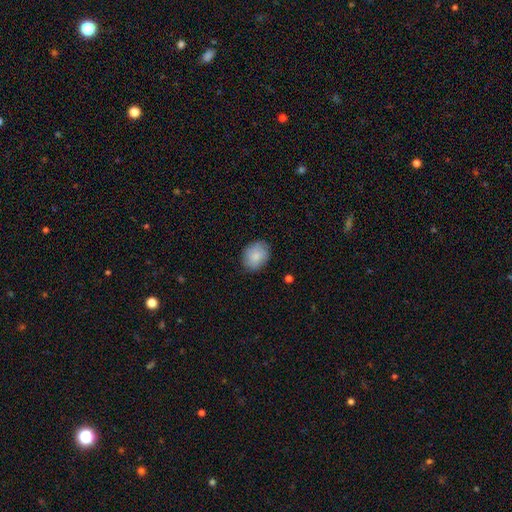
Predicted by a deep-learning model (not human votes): Overall: smooth (84%). How rounded: in between (54%; round 45%). Merging: none (83%).